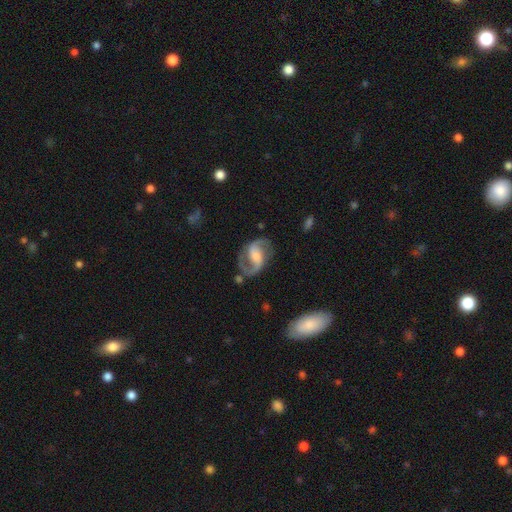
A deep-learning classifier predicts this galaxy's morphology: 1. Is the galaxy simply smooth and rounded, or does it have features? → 89% featured or disk, 6% smooth, 5% star or artifact.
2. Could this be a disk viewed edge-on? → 98% no, 2% yes.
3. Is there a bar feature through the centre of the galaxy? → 45% weak, 28% strong, 27% no.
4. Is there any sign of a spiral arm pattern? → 97% yes, 3% no.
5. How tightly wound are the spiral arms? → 57% medium, 28% loose, 14% tight.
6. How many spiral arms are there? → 93% 2, 2% can't tell, 2% 1, 1% 3, 1% 4, 1% more than 4.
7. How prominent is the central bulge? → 44% moderate, 36% small, 10% large, 8% none, 2% dominant.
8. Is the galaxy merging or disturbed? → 76% none, 14% minor disturbance, 7% major disturbance, 2% merger.